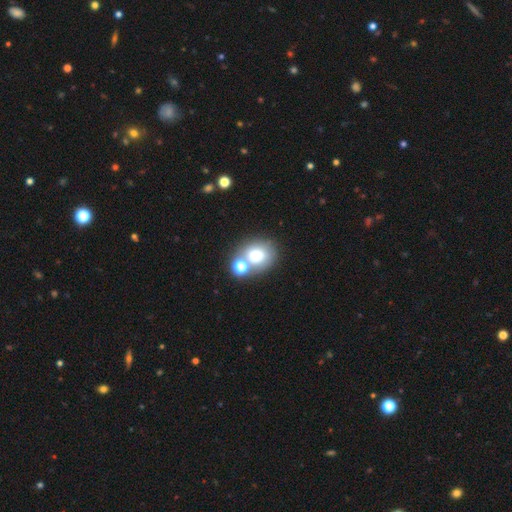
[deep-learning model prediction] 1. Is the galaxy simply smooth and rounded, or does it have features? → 73% smooth, 14% featured or disk, 13% star or artifact.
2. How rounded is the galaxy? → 64% round, 35% in between, 1% cigar-shaped.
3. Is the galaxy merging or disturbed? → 51% none, 32% merger, 12% minor disturbance, 5% major disturbance.